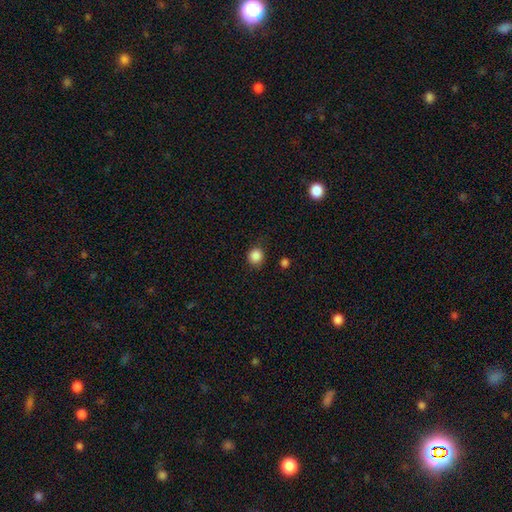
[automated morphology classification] A smooth galaxy with no disk features (87%) that is round (89%). Merging: none (83%).